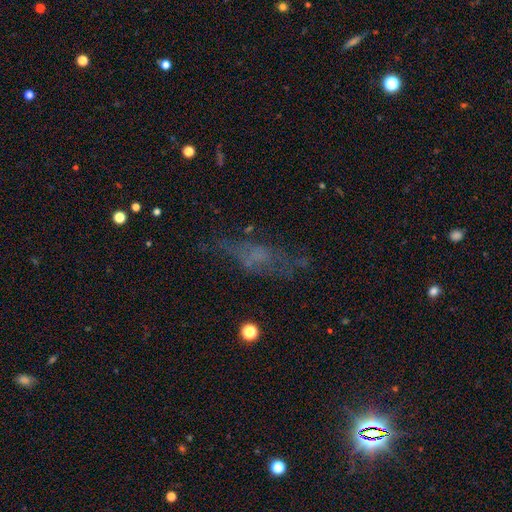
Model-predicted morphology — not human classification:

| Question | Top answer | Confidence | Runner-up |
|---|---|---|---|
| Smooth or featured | featured or disk | 40% | smooth (37%) |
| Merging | none | 55% | major disturbance (21%) |